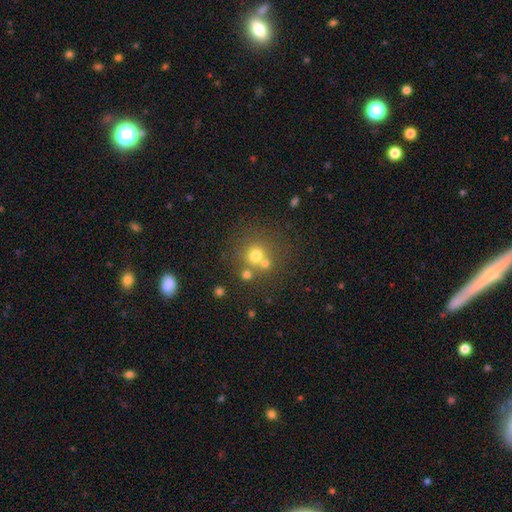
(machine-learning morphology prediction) Q: Smooth or featured?
A: smooth (68%); runner-up: star or artifact (18%)
Q: How rounded?
A: round (90%); runner-up: in between (9%)
Q: Merging?
A: none (59%); runner-up: merger (28%)